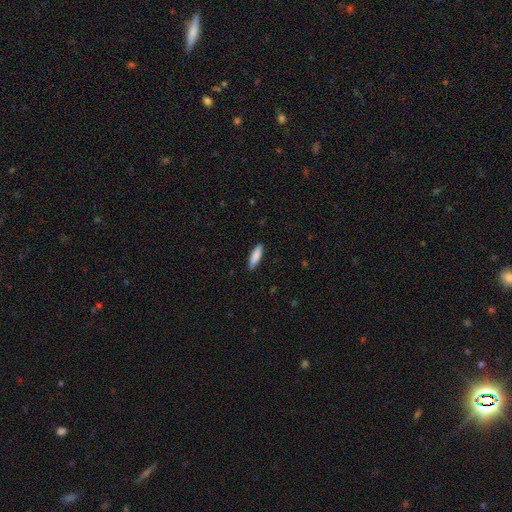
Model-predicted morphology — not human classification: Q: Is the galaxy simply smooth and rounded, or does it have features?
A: smooth — 86%.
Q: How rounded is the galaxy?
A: cigar-shaped — 64%.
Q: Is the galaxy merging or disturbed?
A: none — 89%.